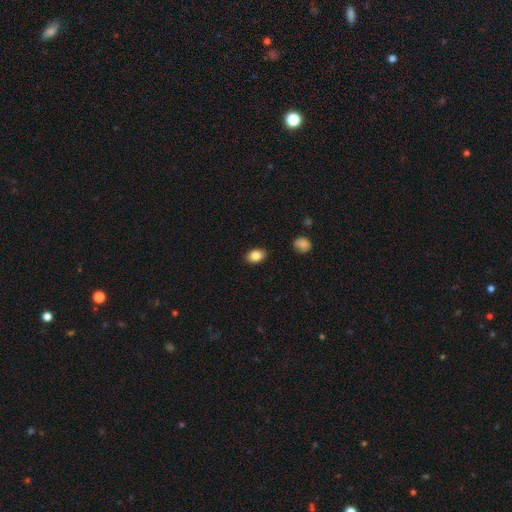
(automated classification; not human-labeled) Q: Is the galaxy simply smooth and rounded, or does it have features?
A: smooth — 85%.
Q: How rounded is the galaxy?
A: in between — 77%.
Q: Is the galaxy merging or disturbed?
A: none — 88%.